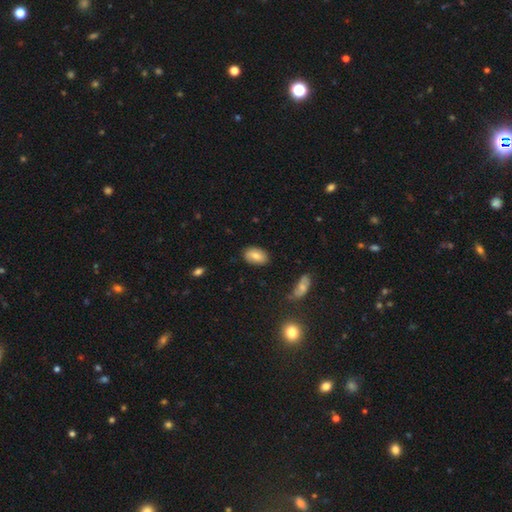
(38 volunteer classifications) smooth_or_featured: smooth (p=0.71) [alt: featured or disk p=0.24]
how_rounded: in between (p=0.93) [alt: round p=0.07]
merging: none (p=0.86) [alt: minor disturbance p=0.11]